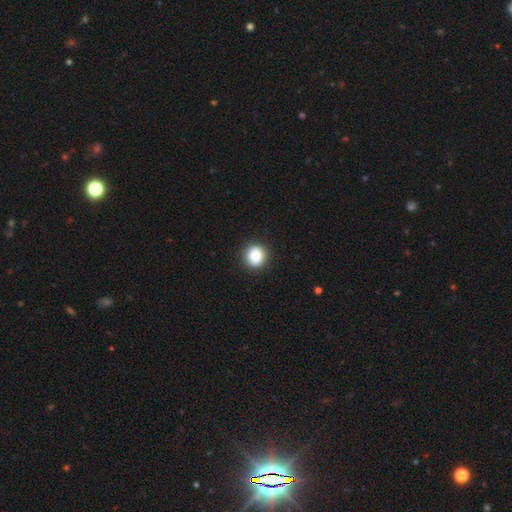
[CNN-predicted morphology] type=smooth (84%); roundness=round (92%); merging=none (91%).